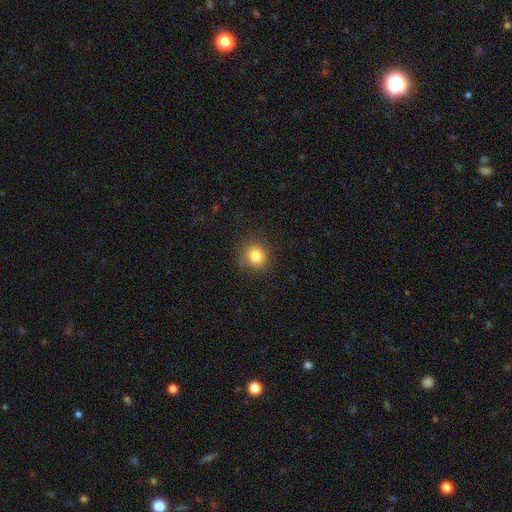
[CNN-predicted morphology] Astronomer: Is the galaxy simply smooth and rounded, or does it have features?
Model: smooth — 82%.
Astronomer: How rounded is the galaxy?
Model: round — 87%.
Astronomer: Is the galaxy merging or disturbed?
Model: none — 86%.